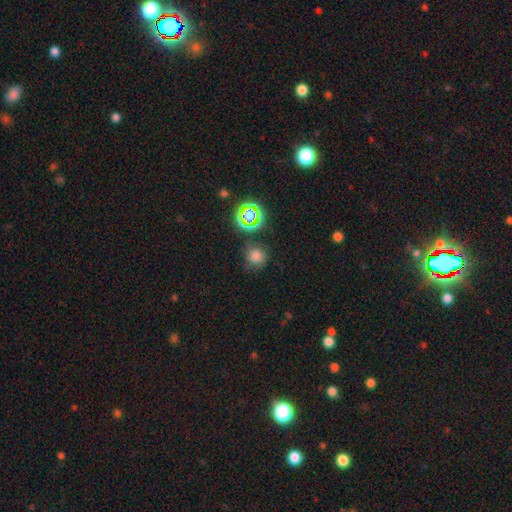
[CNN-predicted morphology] This appears to be a smooth galaxy with no disk features (70%) that is round (90%). Merging: none (76%).